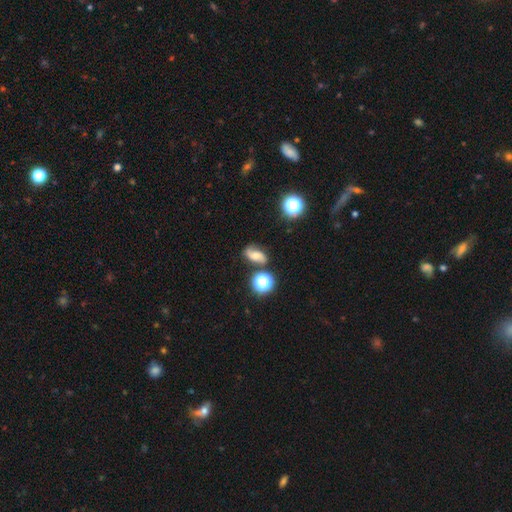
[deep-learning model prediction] This appears to be a featured or disk galaxy (50%). Merging: none (70%).